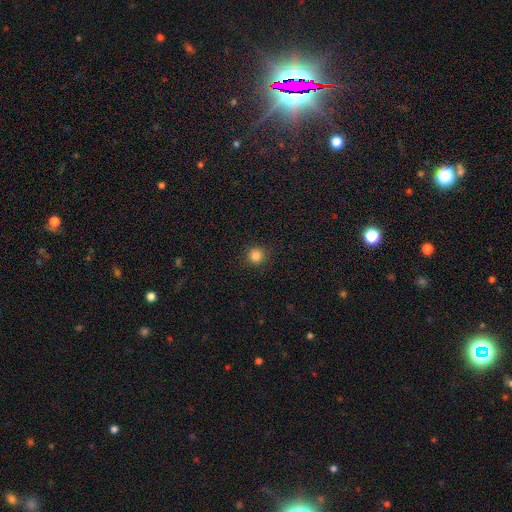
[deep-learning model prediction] Smooth or featured? Predicted: smooth (p=0.85). How rounded? Predicted: round (p=0.93). Merging? Predicted: none (p=0.90).